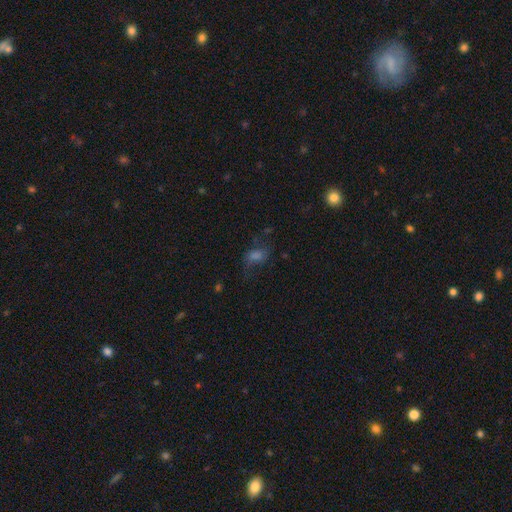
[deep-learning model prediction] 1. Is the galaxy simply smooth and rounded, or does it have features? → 48% smooth, 28% featured or disk, 24% star or artifact.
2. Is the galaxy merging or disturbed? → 51% none, 25% major disturbance, 22% minor disturbance, 3% merger.